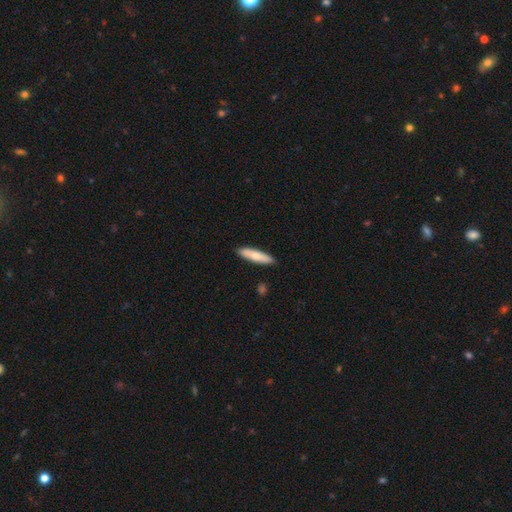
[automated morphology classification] A smooth galaxy with no disk features (75%) that is cigar-shaped (77%).

Vote fractions:
- Smooth or featured? smooth: 75% / featured or disk: 20% / star or artifact: 5%
- How rounded? cigar-shaped: 77% / in between: 22% / round: 2%
- Merging? none: 89% / minor disturbance: 8% / major disturbance: 1% / merger: 1%